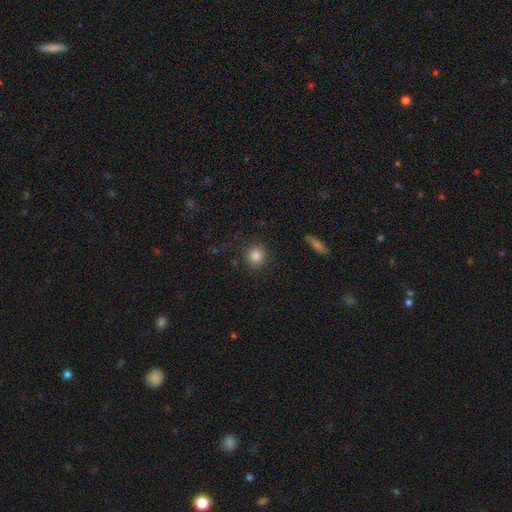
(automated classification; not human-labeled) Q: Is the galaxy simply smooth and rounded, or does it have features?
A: smooth — 85%.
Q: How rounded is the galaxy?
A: round — 91%.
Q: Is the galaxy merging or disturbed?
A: none — 88%.